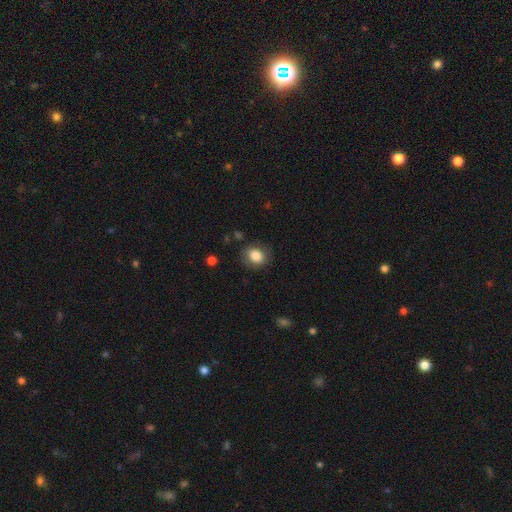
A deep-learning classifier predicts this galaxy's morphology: This is clearly a smooth galaxy (83%). How rounded: possibly round (55%). Merging: likely none (80%).